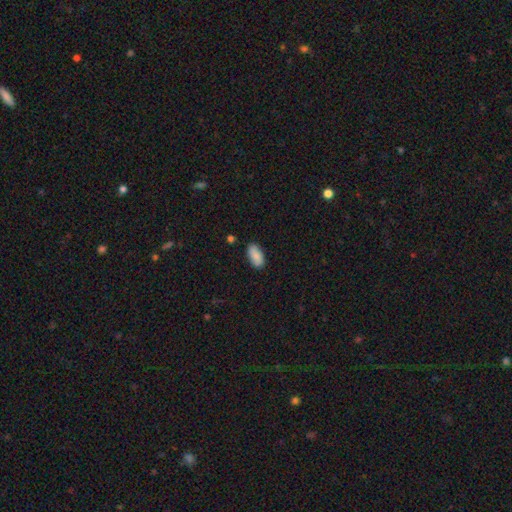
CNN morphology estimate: Overall: smooth (88%). How rounded: in between (92%). Merging: none (87%).